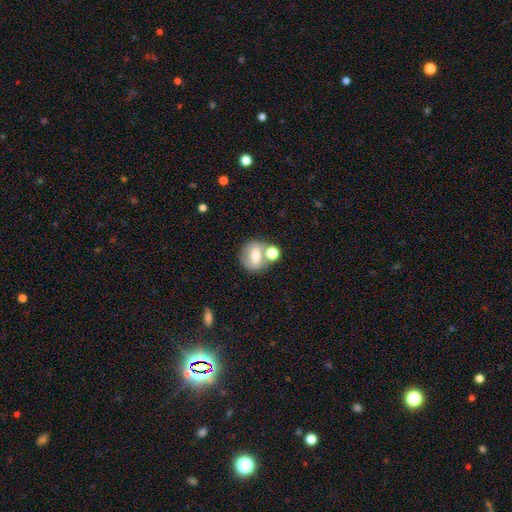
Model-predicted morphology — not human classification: Q: Smooth or featured?
A: smooth (60%); runner-up: featured or disk (30%)
Q: How rounded?
A: round (70%); runner-up: in between (29%)
Q: Merging?
A: none (50%); runner-up: merger (32%)